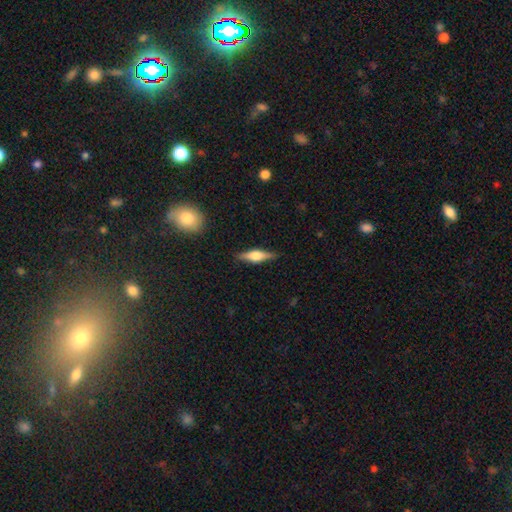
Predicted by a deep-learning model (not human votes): Overall: featured or disk (56%; smooth 38%). Edge-on disk: yes (95%). Edge-on bulge: rounded (87%). Merging: none (88%).